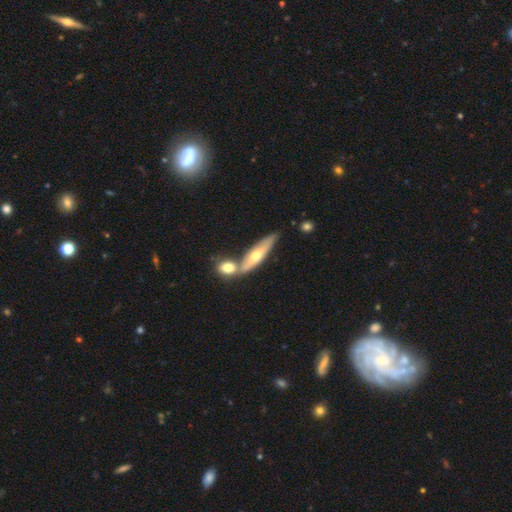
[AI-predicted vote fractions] Smooth or featured? featured or disk (48%)
Merging? none (46%)